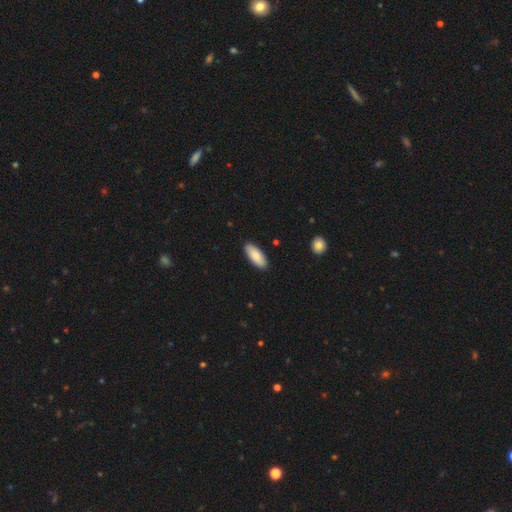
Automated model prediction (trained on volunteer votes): A smooth galaxy with no disk features (84%) that is in between round and cigar-shaped (81%).

Vote fractions:
- Smooth or featured? smooth: 84% / featured or disk: 10% / star or artifact: 6%
- How rounded? in between: 81% / cigar-shaped: 17% / round: 2%
- Merging? none: 89% / minor disturbance: 8% / major disturbance: 2% / merger: 1%